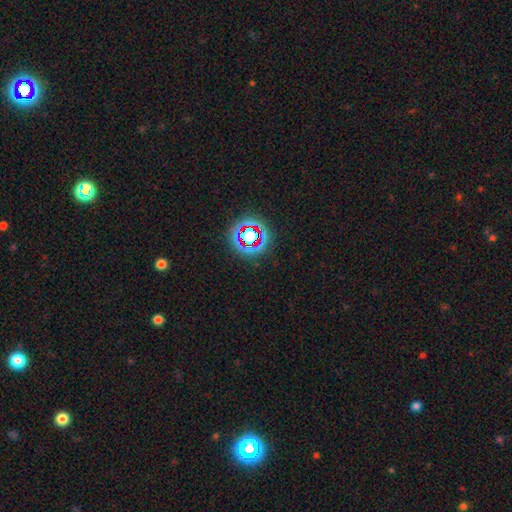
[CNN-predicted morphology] The model was most divided on "smooth or featured": star or artifact: 77%, smooth: 14%, featured or disk: 10%.